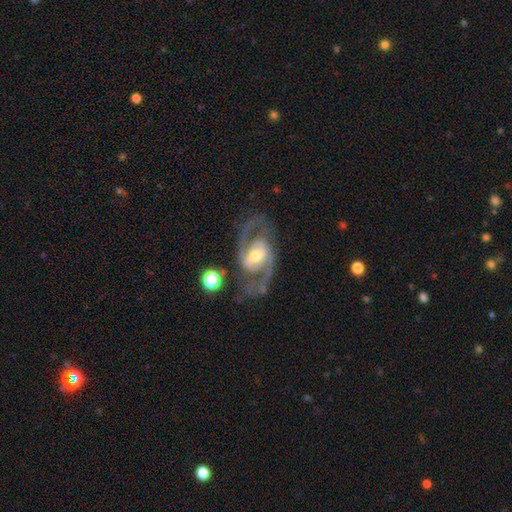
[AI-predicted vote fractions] The model was most divided on "bar": weak: 43%, strong: 30%, no: 26%. More confident: edge-on disk — no (97%); spiral arms — yes (96%); spiral arm count — 2 (92%); smooth or featured — featured or disk (89%); merging — none (75%); bulge size — moderate (63%); spiral winding — medium (61%).